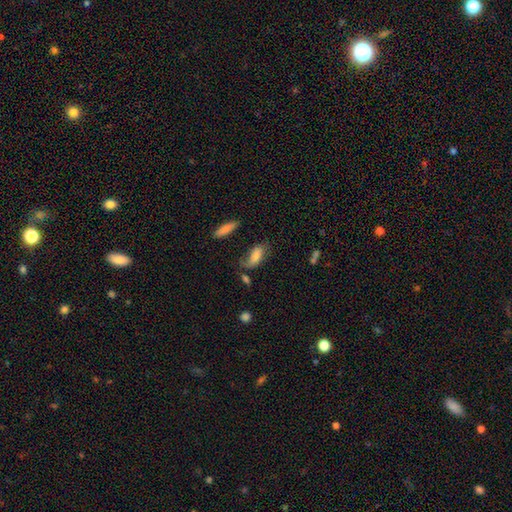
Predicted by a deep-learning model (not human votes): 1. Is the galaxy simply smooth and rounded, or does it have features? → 65% smooth, 26% featured or disk, 9% star or artifact.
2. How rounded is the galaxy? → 82% in between, 14% cigar-shaped, 3% round.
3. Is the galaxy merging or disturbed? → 47% none, 28% minor disturbance, 18% major disturbance, 7% merger.